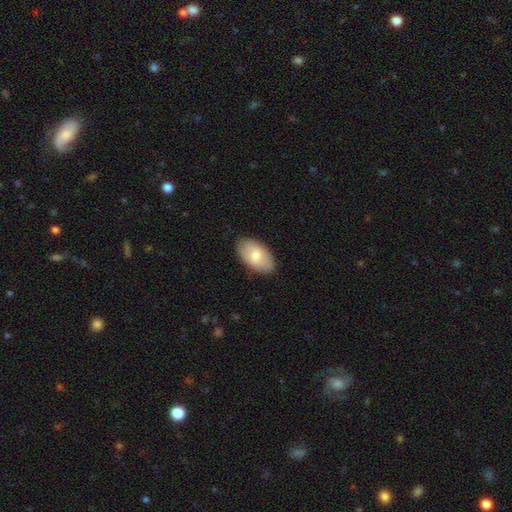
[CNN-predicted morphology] type=smooth (73%); roundness=in between (95%); merging=none (84%).